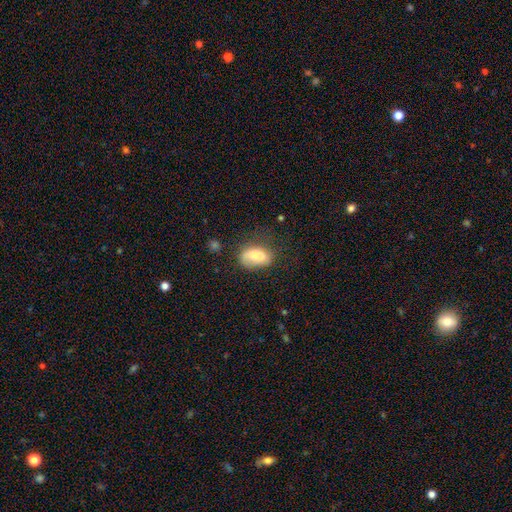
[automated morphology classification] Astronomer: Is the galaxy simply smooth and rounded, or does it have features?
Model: smooth — 75%.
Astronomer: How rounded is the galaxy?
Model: in between — 90%.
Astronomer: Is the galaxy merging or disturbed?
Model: none — 55%.